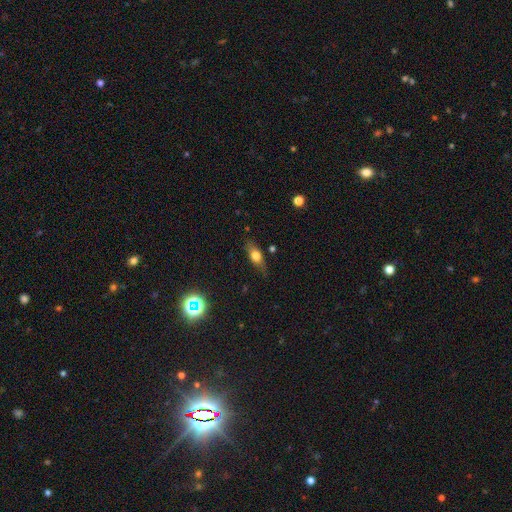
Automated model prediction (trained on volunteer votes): A smooth galaxy with no disk features (60%) that is in between round and cigar-shaped (66%). Merging: none (75%).